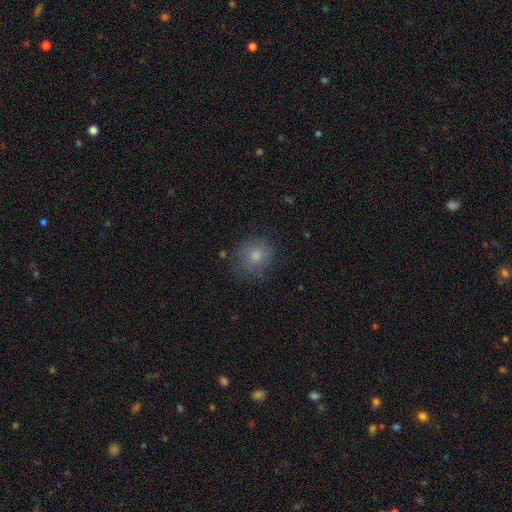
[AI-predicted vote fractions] Overall: smooth (78%). How rounded: round (78%). Merging: none (75%).